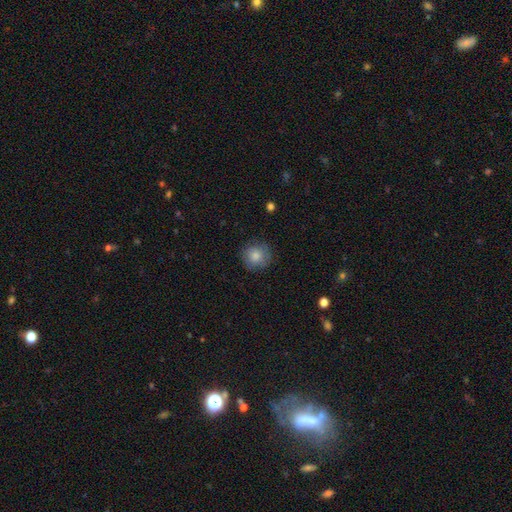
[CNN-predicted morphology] Overall: smooth (82%). How rounded: round (92%). Merging: none (82%).